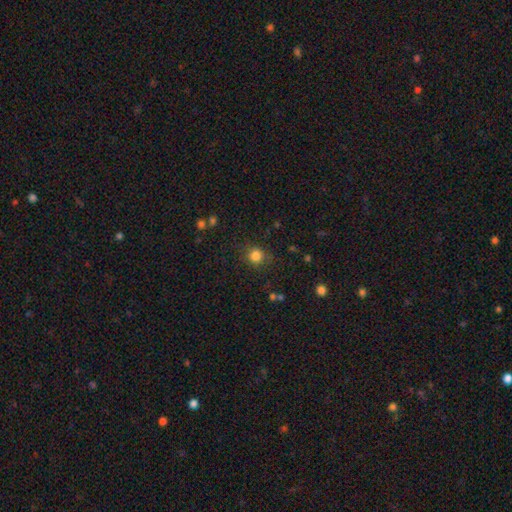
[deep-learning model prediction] smooth_or_featured: smooth (p=0.83) [alt: star or artifact p=0.13]
how_rounded: round (p=0.87) [alt: in between p=0.12]
merging: none (p=0.82) [alt: minor disturbance p=0.12]